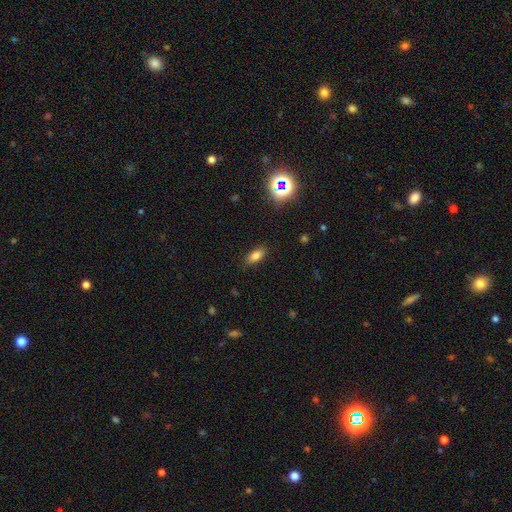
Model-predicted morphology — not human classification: The model was most divided on "smooth or featured": smooth: 78%, star or artifact: 13%, featured or disk: 9%. More confident: merging — none (86%); how rounded — in between (81%).